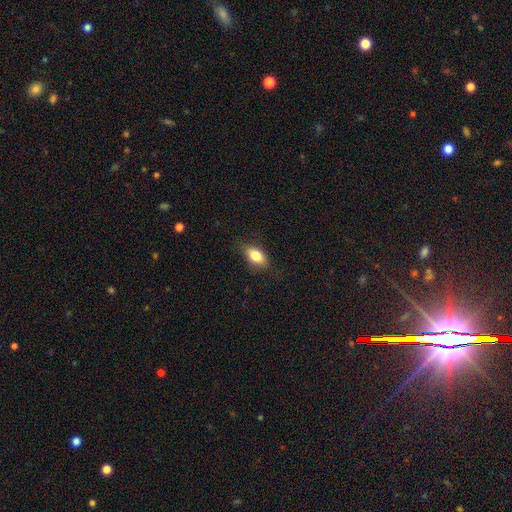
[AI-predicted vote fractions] Q: Smooth or featured?
A: smooth (81%); runner-up: featured or disk (11%)
Q: How rounded?
A: in between (87%); runner-up: round (9%)
Q: Merging?
A: none (81%); runner-up: minor disturbance (15%)